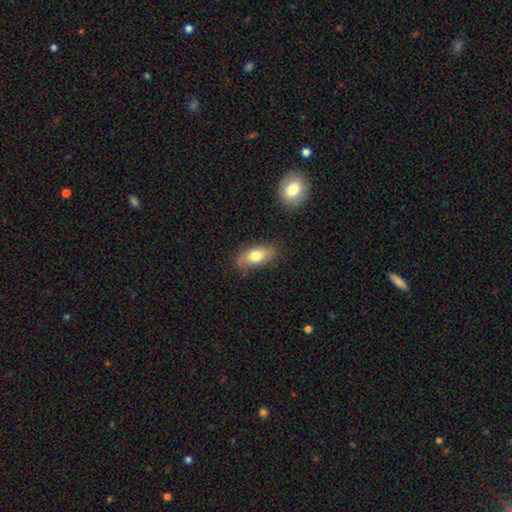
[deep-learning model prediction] This is likely a smooth galaxy (73%). How rounded: clearly in between (89%). Merging: likely none (72%).